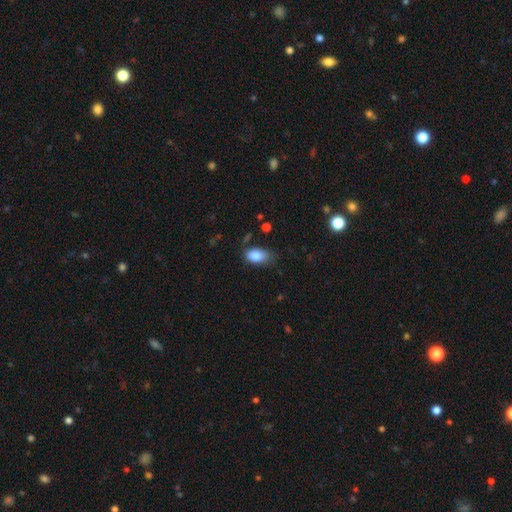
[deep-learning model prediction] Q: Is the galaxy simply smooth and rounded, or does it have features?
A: smooth — 85%.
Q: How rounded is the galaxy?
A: in between — 91%.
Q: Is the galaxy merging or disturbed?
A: none — 66%.